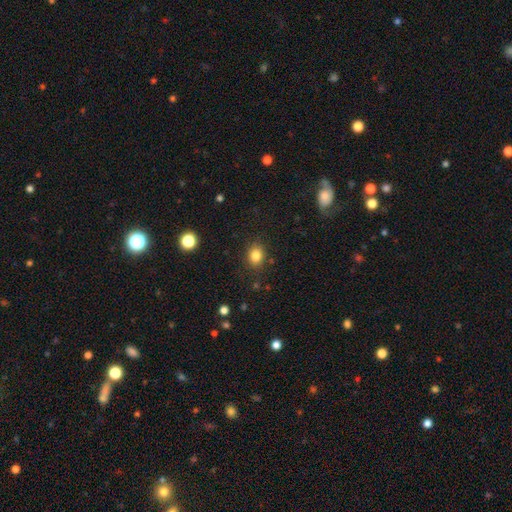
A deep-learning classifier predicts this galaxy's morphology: smooth-or-featured: smooth: 83% | star or artifact: 11% | featured or disk: 6%
  how-rounded: round: 50% | in between: 49% | cigar-shaped: 1%
  merging: none: 85% | minor disturbance: 10% | major disturbance: 3% | merger: 2%